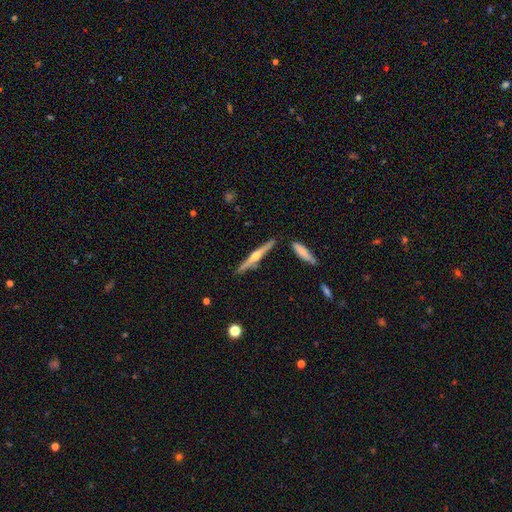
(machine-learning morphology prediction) This appears to be a featured or disk galaxy (70%) viewed edge-on (97%) with a rounded central bulge (88%). Merging: none (85%).